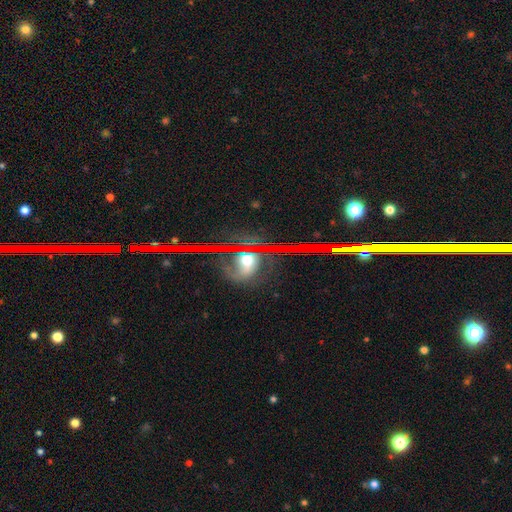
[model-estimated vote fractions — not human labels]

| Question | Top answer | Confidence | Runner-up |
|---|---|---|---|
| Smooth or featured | star or artifact | 72% | featured or disk (17%) |